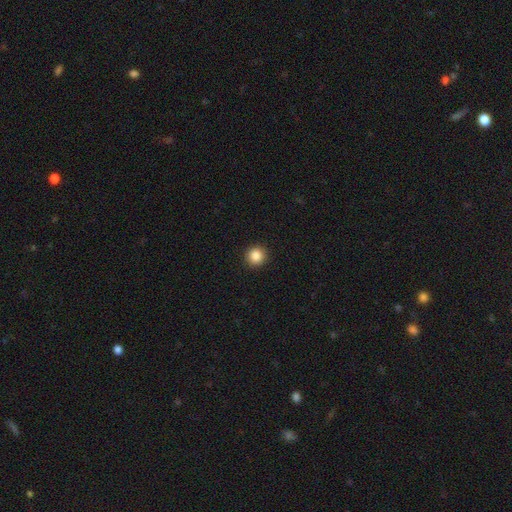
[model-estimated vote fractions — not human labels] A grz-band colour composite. It shows a smooth galaxy with no disk features (86%) that is round (94%). Merging: none (93%).